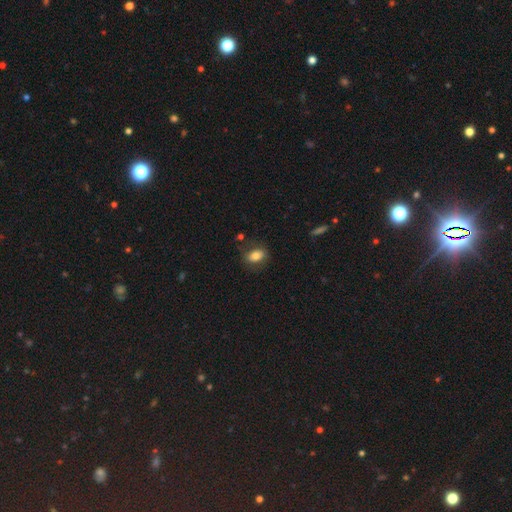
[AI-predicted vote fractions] Q: Smooth or featured?
A: smooth (78%); runner-up: featured or disk (13%)
Q: How rounded?
A: in between (84%); runner-up: round (14%)
Q: Merging?
A: none (77%); runner-up: minor disturbance (15%)